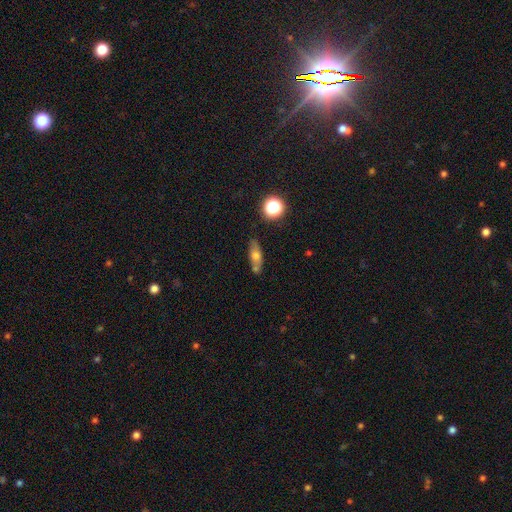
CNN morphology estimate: Smooth or featured? smooth (61%)
How rounded? in between (61%)
Merging? none (66%)